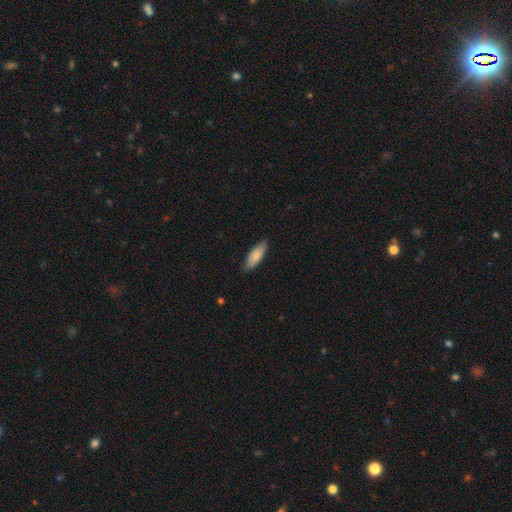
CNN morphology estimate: Smooth or featured?
  - smooth: 84% *
  - featured or disk: 11%
  - star or artifact: 5%
How rounded?
  - in between: 63% *
  - cigar-shaped: 36%
  - round: 2%
Merging?
  - none: 85% *
  - minor disturbance: 12%
  - major disturbance: 2%
  - merger: 1%